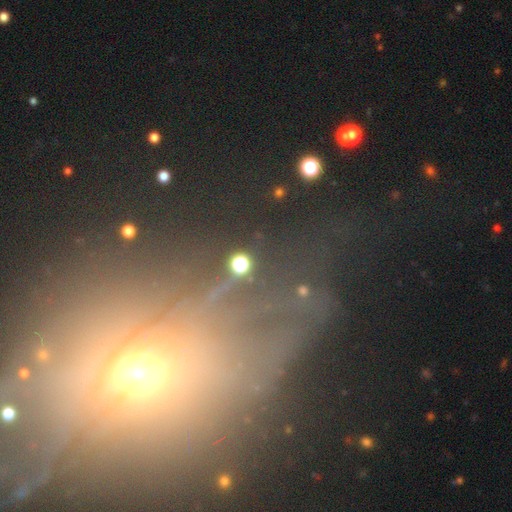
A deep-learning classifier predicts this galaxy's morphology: Q: Smooth or featured?
A: star or artifact (45%); runner-up: smooth (28%)